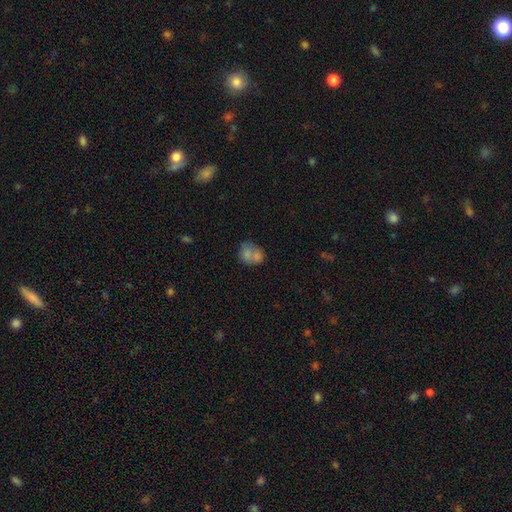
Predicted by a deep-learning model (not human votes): This is likely a smooth galaxy (70%). How rounded: possibly round (53%). Merging: possibly merger (53%).